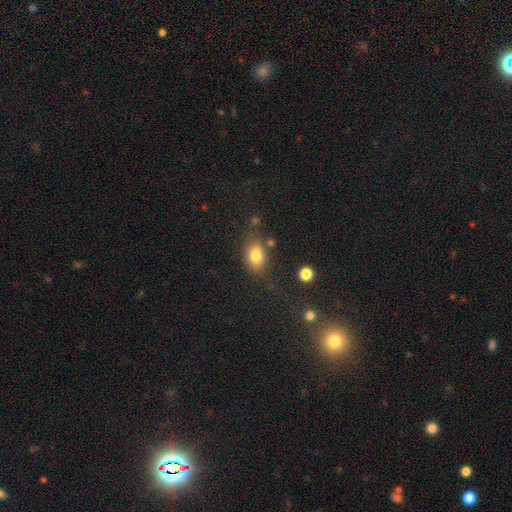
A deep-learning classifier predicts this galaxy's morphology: smooth-or-featured: smooth: 80% | star or artifact: 10% | featured or disk: 10%
  how-rounded: in between: 74% | round: 24% | cigar-shaped: 2%
  merging: none: 69% | minor disturbance: 17% | major disturbance: 7% | merger: 6%